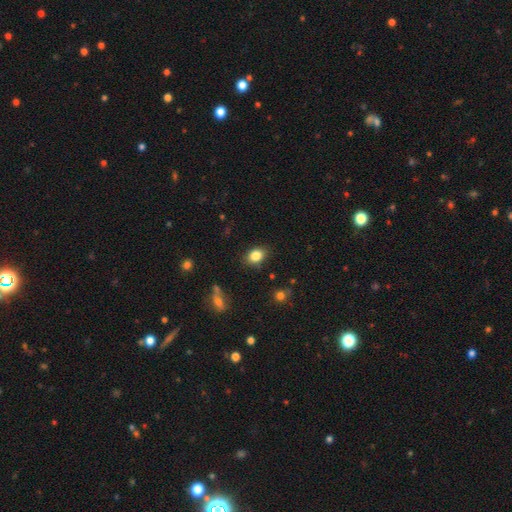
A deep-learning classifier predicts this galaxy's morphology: Smooth or featured? Predicted: smooth (p=0.84). How rounded? Predicted: in between (p=0.72). Merging? Predicted: none (p=0.84).